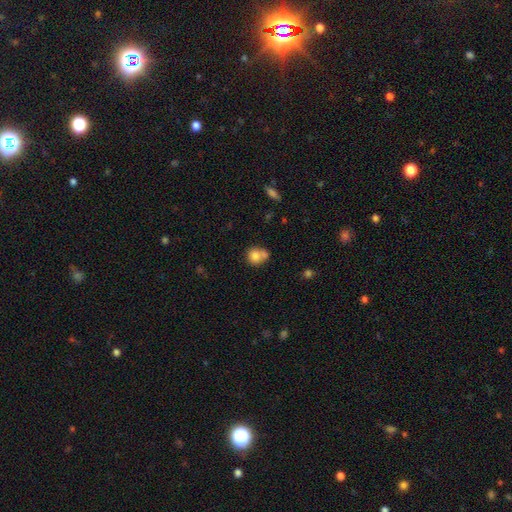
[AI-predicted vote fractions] smooth-or-featured: smooth: 78% | featured or disk: 13% | star or artifact: 9%
  how-rounded: round: 82% | in between: 17% | cigar-shaped: 1%
  merging: none: 43% | merger: 42% | minor disturbance: 11% | major disturbance: 4%